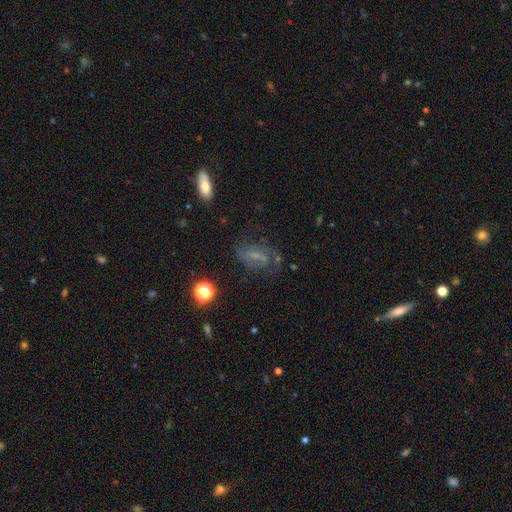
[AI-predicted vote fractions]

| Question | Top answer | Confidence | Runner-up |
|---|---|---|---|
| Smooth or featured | featured or disk | 53% | smooth (29%) |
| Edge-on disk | no | 92% | yes (8%) |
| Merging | none | 57% | minor disturbance (21%) |